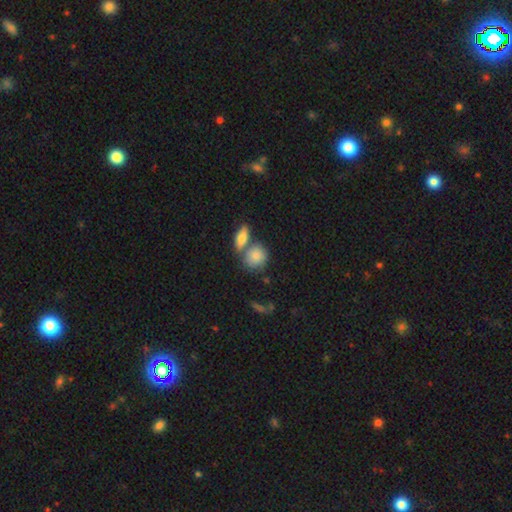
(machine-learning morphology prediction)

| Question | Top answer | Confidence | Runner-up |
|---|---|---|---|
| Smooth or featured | smooth | 81% | featured or disk (12%) |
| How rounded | round | 63% | in between (34%) |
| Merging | none | 48% | merger (37%) |